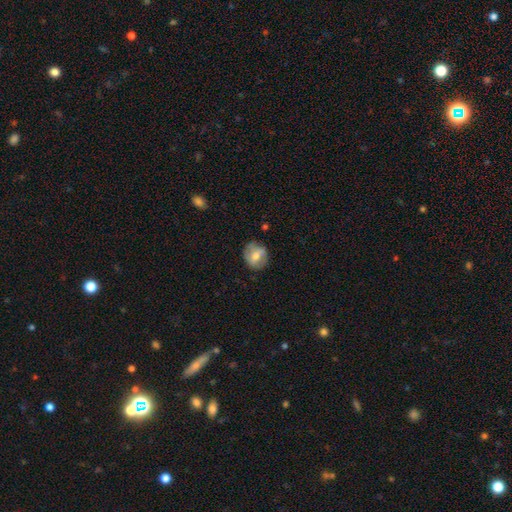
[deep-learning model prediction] smooth 58%, featured or disk 34%, star or artifact 8%. Down the decision tree: how rounded — round (72%); merging — none (78%).